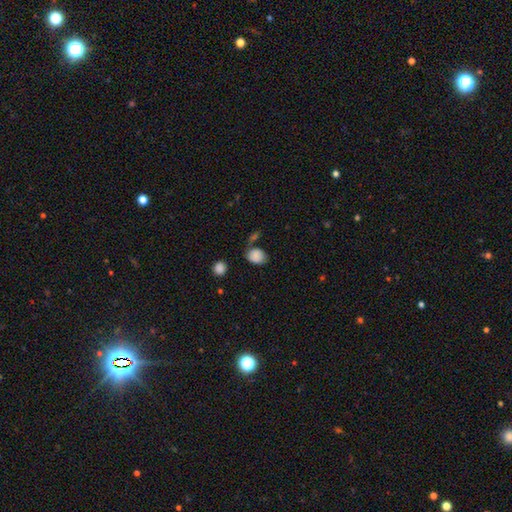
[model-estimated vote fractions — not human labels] This is clearly a smooth galaxy (84%). How rounded: likely in between (61%). Merging: likely none (62%).